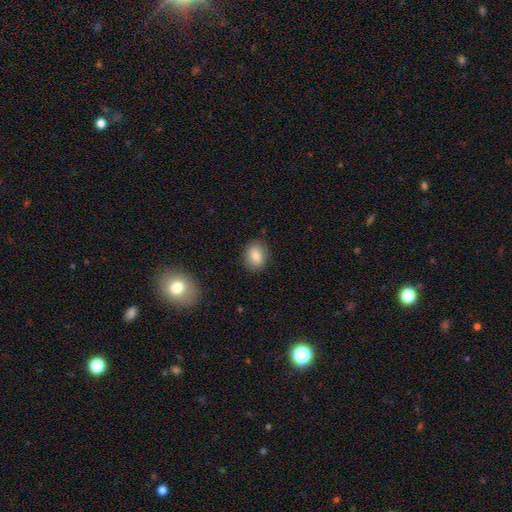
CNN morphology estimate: smooth_or_featured: smooth (p=0.83) [alt: featured or disk p=0.09]
how_rounded: in between (p=0.51) [alt: round p=0.48]
merging: none (p=0.86) [alt: minor disturbance p=0.10]